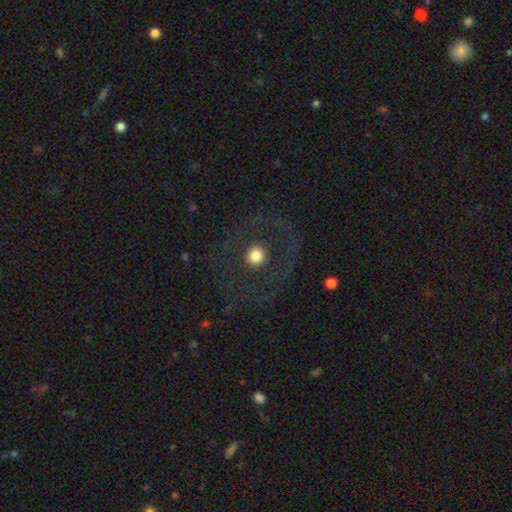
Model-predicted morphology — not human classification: This appears to be a smooth galaxy with no disk features (61%) that is round (90%). Merging: none (78%).